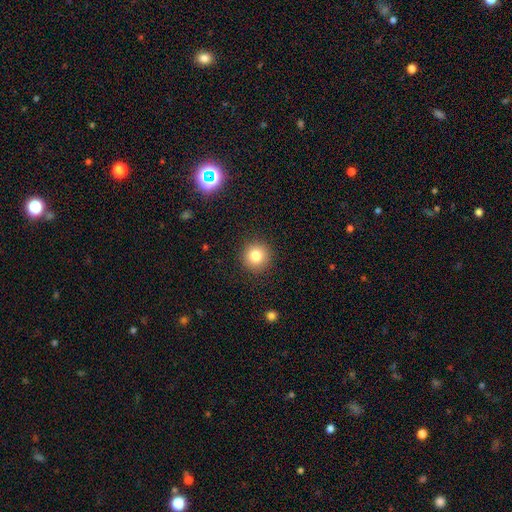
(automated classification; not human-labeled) Morphology: type=smooth (81%); roundness=round (94%); merging=none (91%).